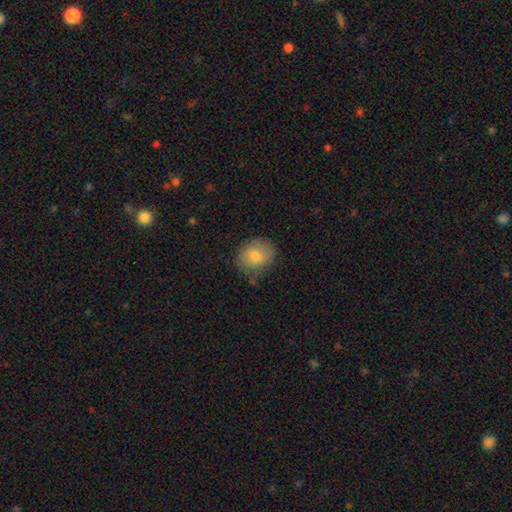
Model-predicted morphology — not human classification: Overall: smooth (78%). How rounded: round (62%; in between 37%). Merging: none (77%).